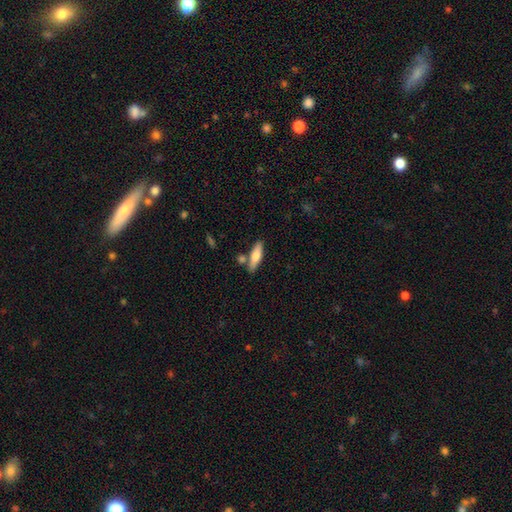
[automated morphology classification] smooth-or-featured: smooth: 70% | featured or disk: 24% | star or artifact: 6%
  how-rounded: cigar-shaped: 62% | in between: 36% | round: 2%
  merging: none: 73% | minor disturbance: 12% | merger: 12% | major disturbance: 3%